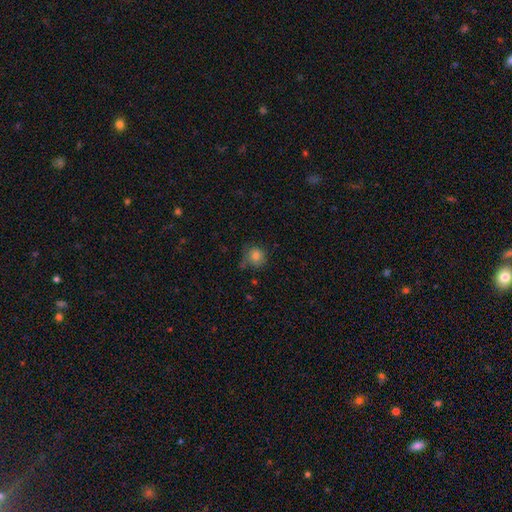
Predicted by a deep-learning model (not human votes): Overall: smooth (82%). How rounded: round (86%). Merging: none (67%).